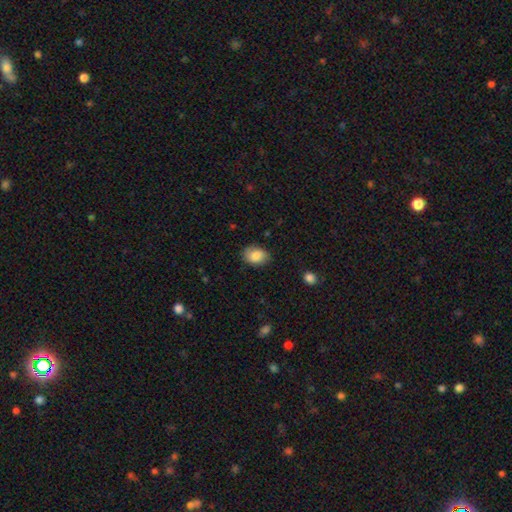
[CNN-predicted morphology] The model was most divided on "how rounded": in between: 76%, round: 23%, cigar-shaped: 1%. More confident: smooth or featured — smooth (85%); merging — none (81%).